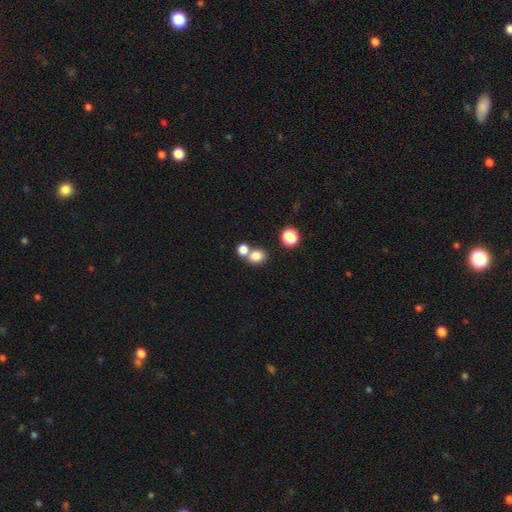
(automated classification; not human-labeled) smooth_or_featured: smooth (p=0.81) [alt: star or artifact p=0.12]
how_rounded: round (p=0.69) [alt: in between p=0.30]
merging: none (p=0.47) [alt: merger p=0.42]